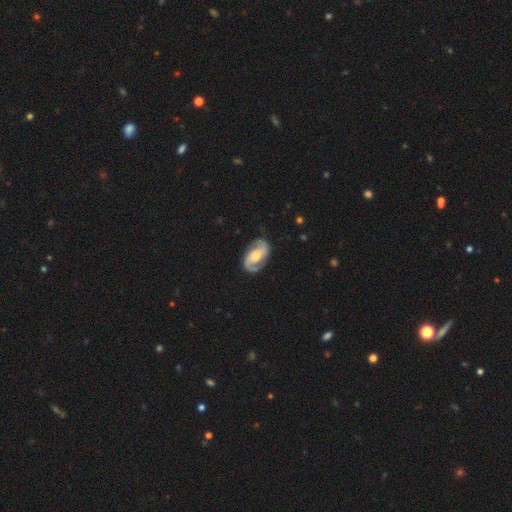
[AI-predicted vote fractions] Smooth or featured: featured or disk — 85% (smooth — 11%)
Edge-on disk: no — 97% (yes — 3%)
Bar: weak — 41% (no — 40%)
Spiral arms: yes — 96% (no — 4%)
Spiral winding: medium — 49% (tight — 26%)
Spiral arm count: 2 — 91% (can't tell — 3%)
Bulge size: moderate — 57% (small — 23%)
Merging: none — 79% (minor disturbance — 14%)